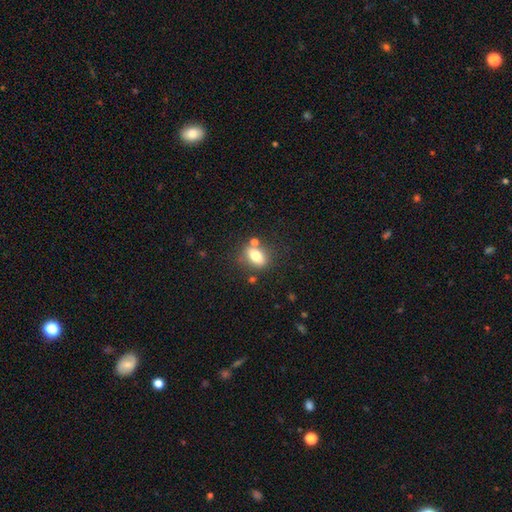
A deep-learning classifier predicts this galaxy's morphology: smooth 75%, featured or disk 16%, star or artifact 9%. Down the decision tree: how rounded — in between (78%); merging — none (69%).